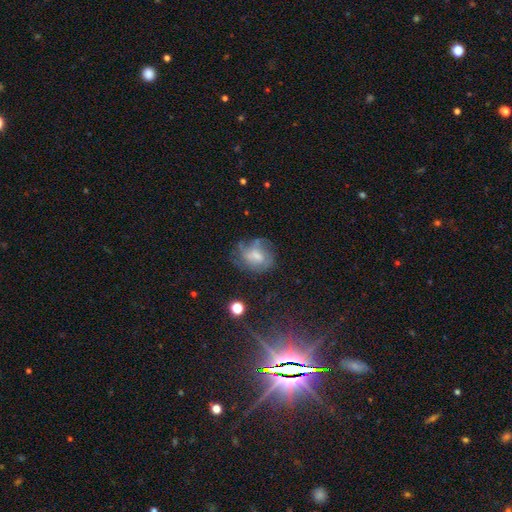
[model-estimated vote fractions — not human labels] Smooth or featured? Predicted: featured or disk (p=0.48). Merging? Predicted: none (p=0.50).